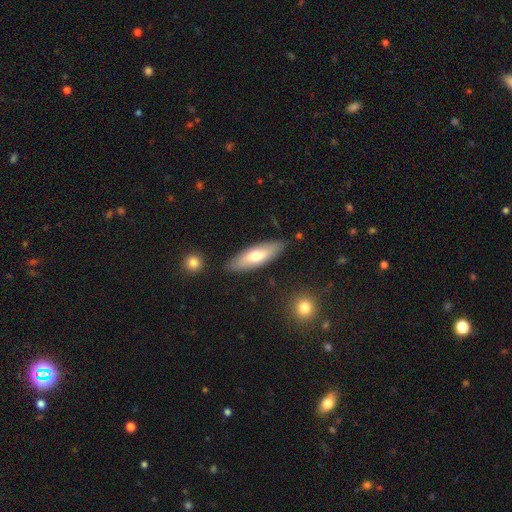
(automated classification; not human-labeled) smooth_or_featured: smooth (p=0.64) [alt: featured or disk p=0.31]
how_rounded: in between (p=0.55) [alt: cigar-shaped p=0.43]
merging: none (p=0.85) [alt: minor disturbance p=0.11]